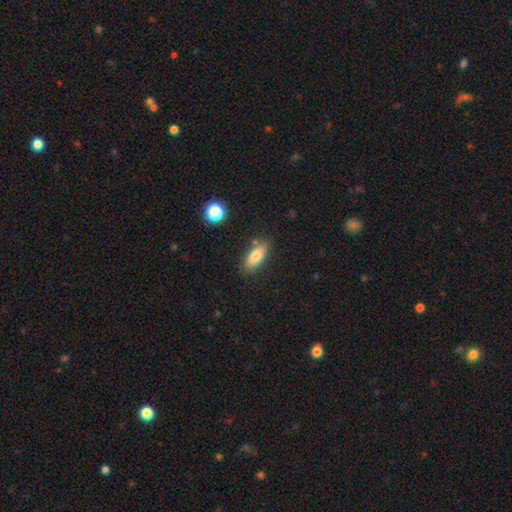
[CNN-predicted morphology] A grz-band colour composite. It shows a smooth galaxy with no disk features (80%) that is in between round and cigar-shaped (72%). Merging: none (81%).